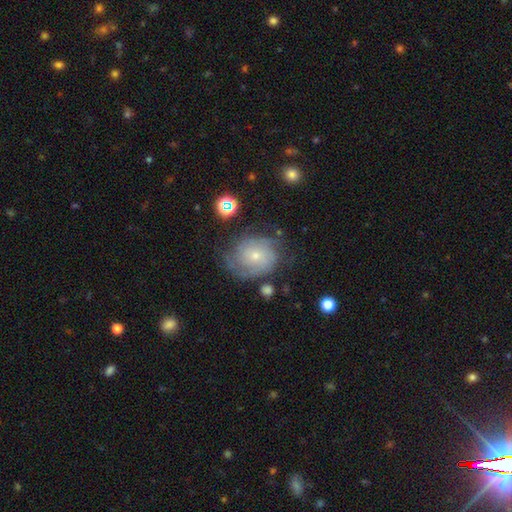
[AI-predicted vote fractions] A featured or disk galaxy (67%) with no bar (76%), tight (59%) spiral arms (87%) and a small central bulge (73%). Merging: none (59%).